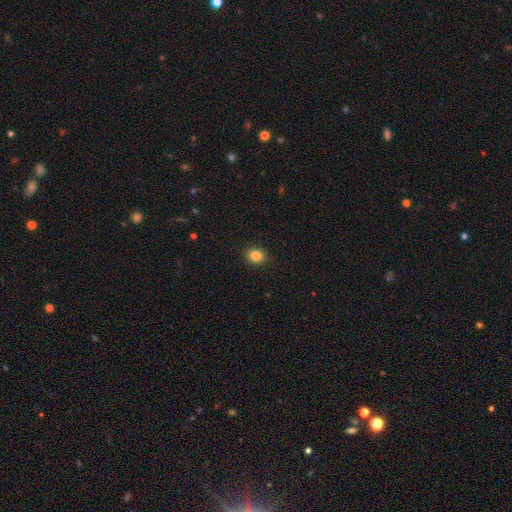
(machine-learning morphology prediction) Smooth or featured?
  - smooth: 83% *
  - star or artifact: 11%
  - featured or disk: 6%
How rounded?
  - round: 63% *
  - in between: 36%
  - cigar-shaped: 1%
Merging?
  - none: 90% *
  - minor disturbance: 7%
  - major disturbance: 2%
  - merger: 1%